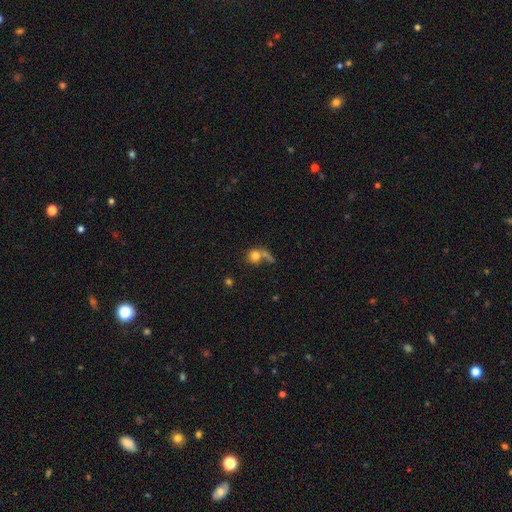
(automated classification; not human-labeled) The model was most divided on "merging": none: 39%, merger: 33%, major disturbance: 16%, minor disturbance: 12%. More confident: how rounded — round (80%); smooth or featured — smooth (73%).